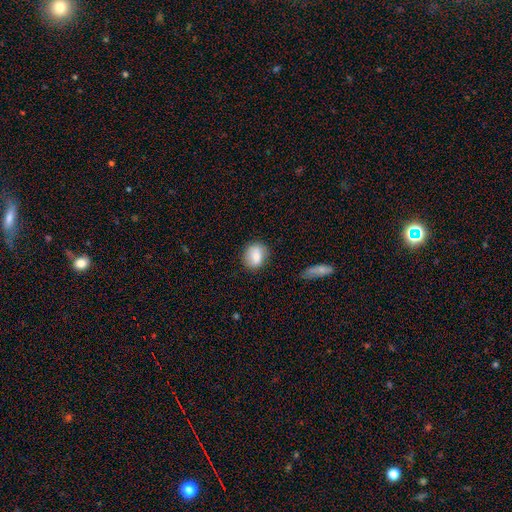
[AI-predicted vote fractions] A smooth galaxy with no disk features (81%) that is round (53%).

Vote fractions:
- Smooth or featured? smooth: 81% / featured or disk: 11% / star or artifact: 8%
- How rounded? round: 53% / in between: 46% / cigar-shaped: 1%
- Merging? none: 79% / minor disturbance: 15% / major disturbance: 4% / merger: 2%